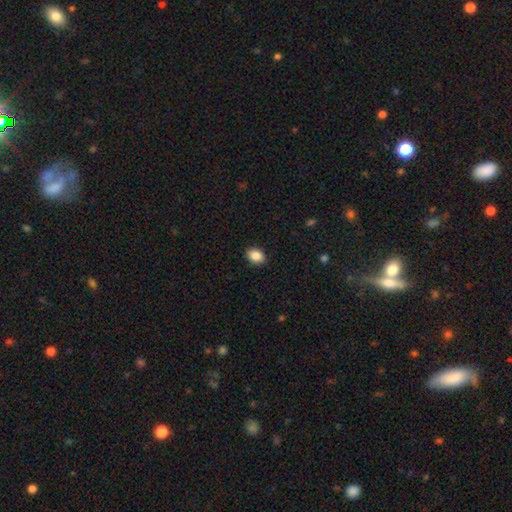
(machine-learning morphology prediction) smooth_or_featured: smooth (p=0.88) [alt: star or artifact p=0.08]
how_rounded: in between (p=0.76) [alt: round p=0.23]
merging: none (p=0.90) [alt: minor disturbance p=0.07]